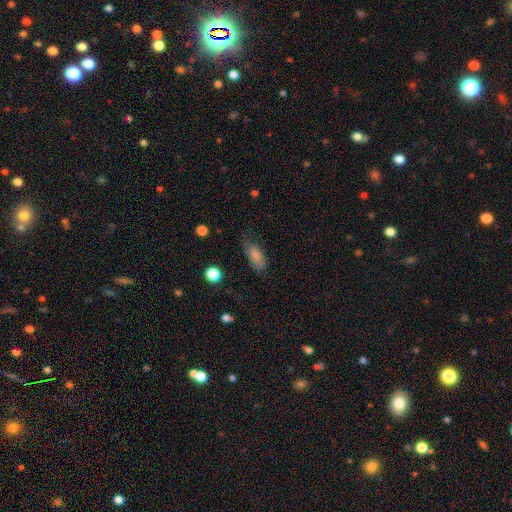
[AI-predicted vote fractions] smooth 82%, featured or disk 10%, star or artifact 9%. Down the decision tree: how rounded — in between (83%); merging — none (59%).